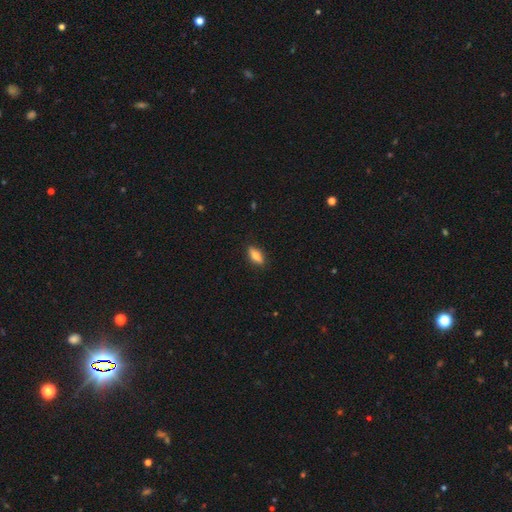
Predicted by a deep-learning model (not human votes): Smooth or featured? Predicted: smooth (p=0.72). How rounded? Predicted: in between (p=0.71). Merging? Predicted: none (p=0.87).